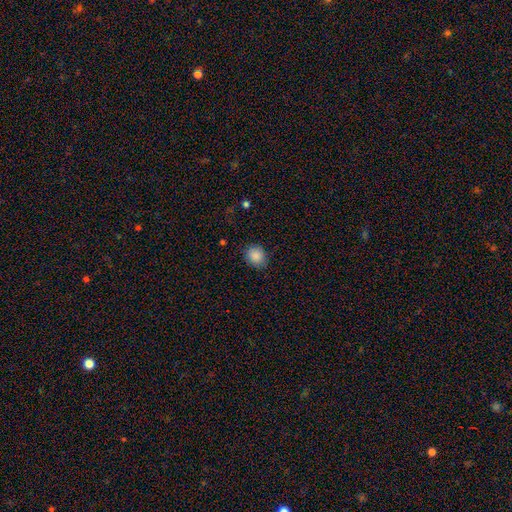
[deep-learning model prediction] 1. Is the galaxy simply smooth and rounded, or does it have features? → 88% smooth, 9% star or artifact, 3% featured or disk.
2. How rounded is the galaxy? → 78% round, 21% in between, 1% cigar-shaped.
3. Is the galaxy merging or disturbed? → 85% none, 11% minor disturbance, 3% major disturbance, 1% merger.